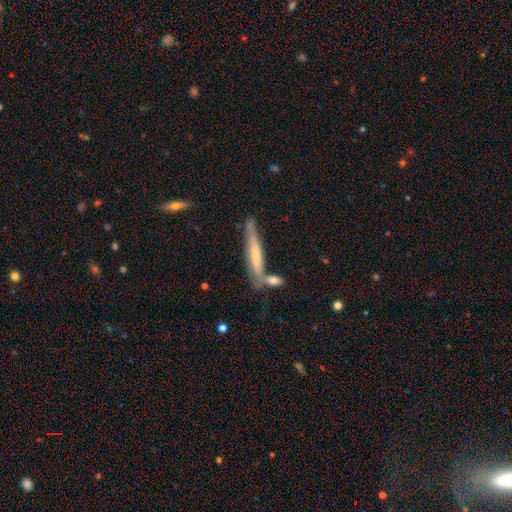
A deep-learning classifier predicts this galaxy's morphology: A featured or disk galaxy (50%) viewed edge-on (86%). Merging: none (60%).